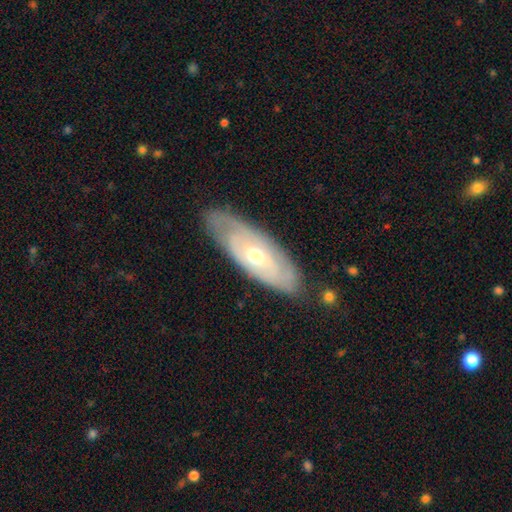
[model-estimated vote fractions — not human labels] A featured or disk galaxy (72%) with no bar (71%), spiral arms (69%) and a moderate central bulge (65%). Merging: none (77%).